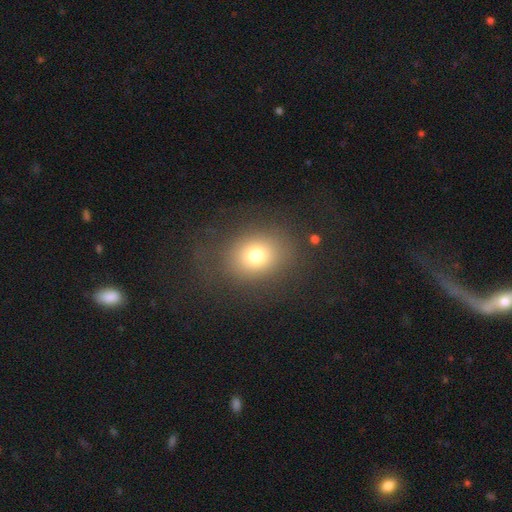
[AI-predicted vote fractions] smooth-or-featured: smooth: 73% | star or artifact: 15% | featured or disk: 12%
  how-rounded: round: 53% | in between: 46% | cigar-shaped: 1%
  merging: none: 75% | minor disturbance: 13% | major disturbance: 10% | merger: 2%